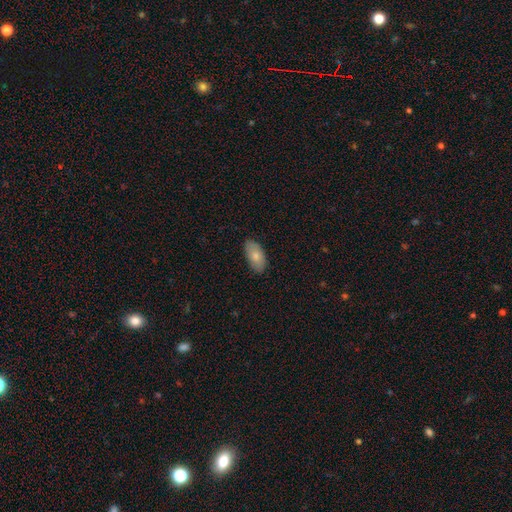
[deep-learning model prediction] Overall: smooth (79%). How rounded: in between (94%). Merging: none (85%).